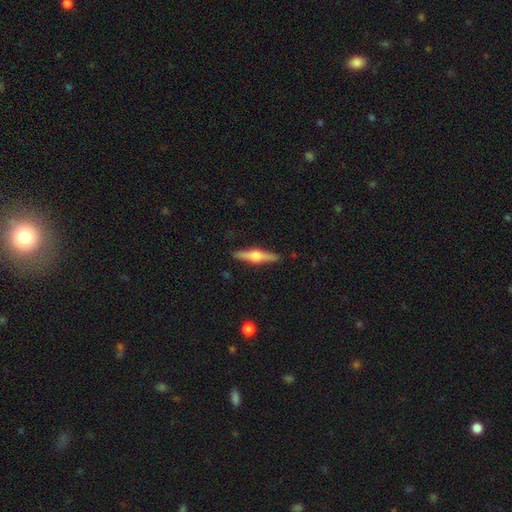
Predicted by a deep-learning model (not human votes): A featured or disk galaxy (71%) viewed edge-on (97%) with a rounded central bulge (91%).

Vote fractions:
- Smooth or featured? featured or disk: 71% / smooth: 23% / star or artifact: 6%
- Edge-on disk? yes: 97% / no: 3%
- Edge-on bulge? rounded: 91% / boxy: 6% / none: 2%
- Merging? none: 90% / minor disturbance: 8% / major disturbance: 2% / merger: 1%